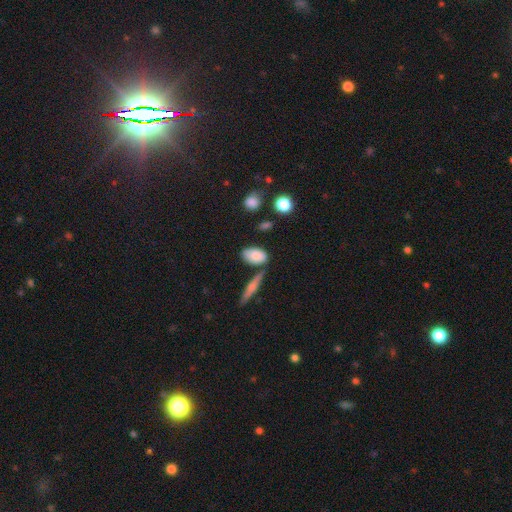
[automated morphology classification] smooth-or-featured: smooth: 81% | featured or disk: 12% | star or artifact: 7%
  how-rounded: in between: 90% | round: 6% | cigar-shaped: 4%
  merging: none: 67% | minor disturbance: 18% | merger: 10% | major disturbance: 5%